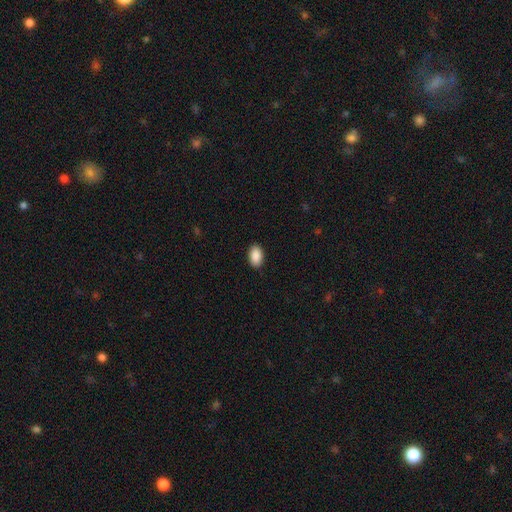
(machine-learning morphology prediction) A smooth galaxy with no disk features (90%) that is in between round and cigar-shaped (92%). Merging: none (90%).